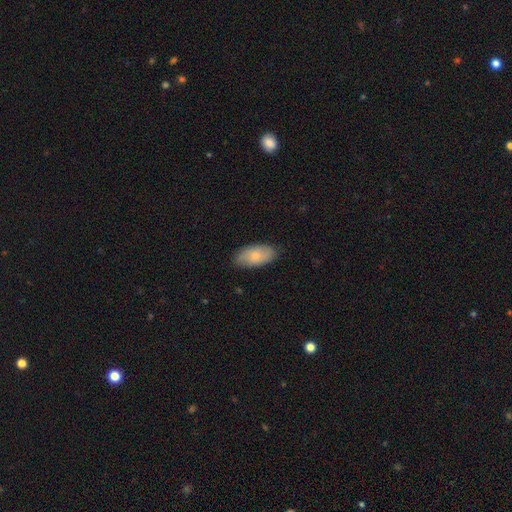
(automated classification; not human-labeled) This appears to be a smooth galaxy with no disk features (74%) that is in between round and cigar-shaped (93%). Merging: none (83%).